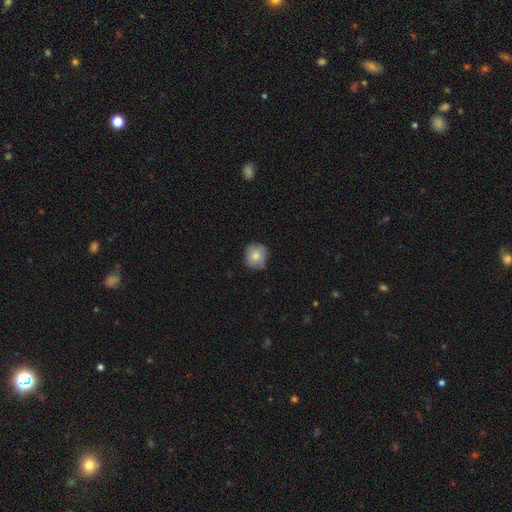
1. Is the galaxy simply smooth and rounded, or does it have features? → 78% smooth, 15% featured or disk, 8% star or artifact.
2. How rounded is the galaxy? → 81% round, 19% in between, 0% cigar-shaped.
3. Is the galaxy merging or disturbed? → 84% none, 16% minor disturbance, 0% major disturbance, 0% merger.